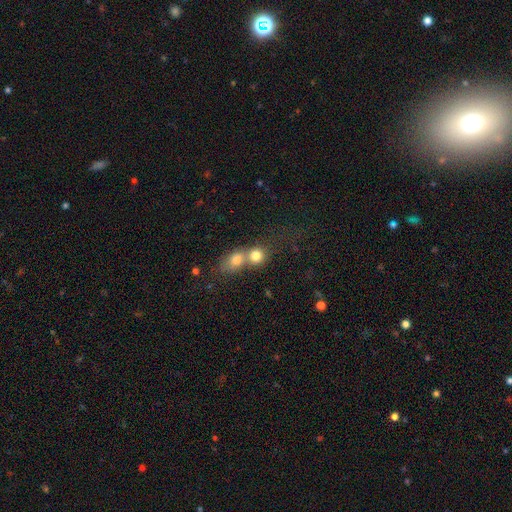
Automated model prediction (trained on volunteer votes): A smooth galaxy with no disk features (77%) that is round (73%). Merging: merger (65%).